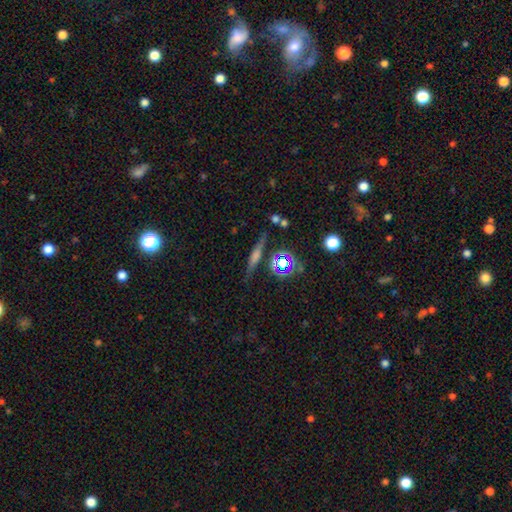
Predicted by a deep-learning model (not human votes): smooth_or_featured: featured or disk (p=0.53) [alt: smooth p=0.27]
disk_edge_on: yes (p=0.94) [alt: no p=0.06]
merging: none (p=0.83) [alt: minor disturbance p=0.10]